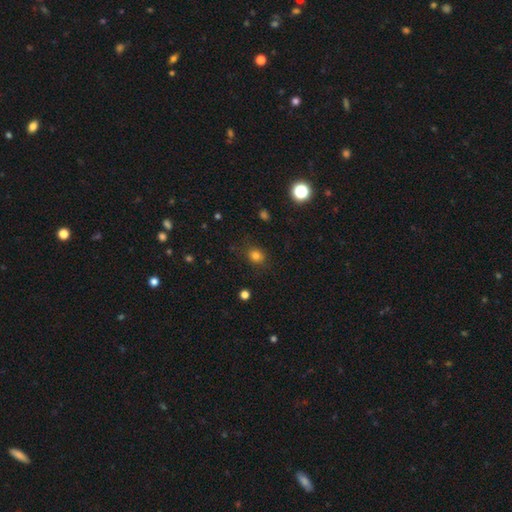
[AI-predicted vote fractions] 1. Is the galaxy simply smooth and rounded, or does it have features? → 78% smooth, 16% star or artifact, 6% featured or disk.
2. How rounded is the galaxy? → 70% round, 29% in between, 1% cigar-shaped.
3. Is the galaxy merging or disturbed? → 81% none, 13% minor disturbance, 4% major disturbance, 2% merger.